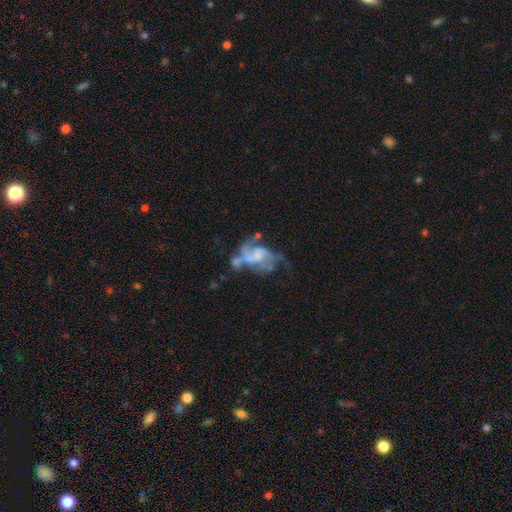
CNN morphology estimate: Smooth or featured?
  - featured or disk: 76% *
  - smooth: 16%
  - star or artifact: 8%
Edge-on disk?
  - no: 98% *
  - yes: 2%
Bar?
  - no: 59% *
  - weak: 33%
  - strong: 8%
Spiral arms?
  - yes: 81% *
  - no: 19%
Spiral winding?
  - medium: 46% *
  - loose: 35%
  - tight: 19%
Spiral arm count?
  - 2: 61% *
  - can't tell: 17%
  - 3: 11%
  - 1: 6%
  - 4: 3%
  - more than 4: 2%
Bulge size?
  - small: 36% *
  - moderate: 29%
  - none: 28%
  - large: 6%
  - dominant: 2%
Merging?
  - major disturbance: 30% *
  - none: 26%
  - merger: 26%
  - minor disturbance: 18%